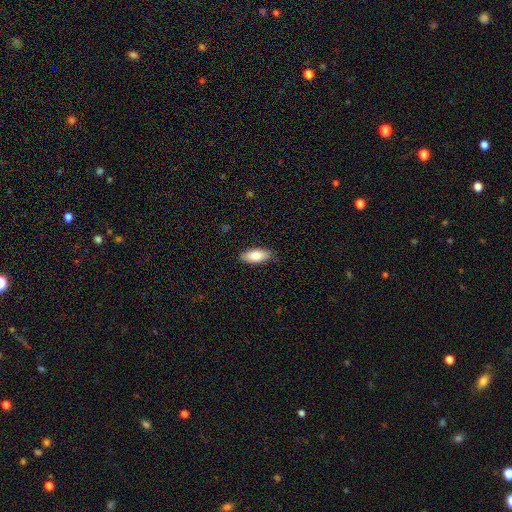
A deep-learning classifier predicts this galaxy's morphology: smooth-or-featured: smooth: 85% | featured or disk: 9% | star or artifact: 6%
  how-rounded: in between: 86% | cigar-shaped: 12% | round: 2%
  merging: none: 83% | minor disturbance: 14% | major disturbance: 2% | merger: 1%